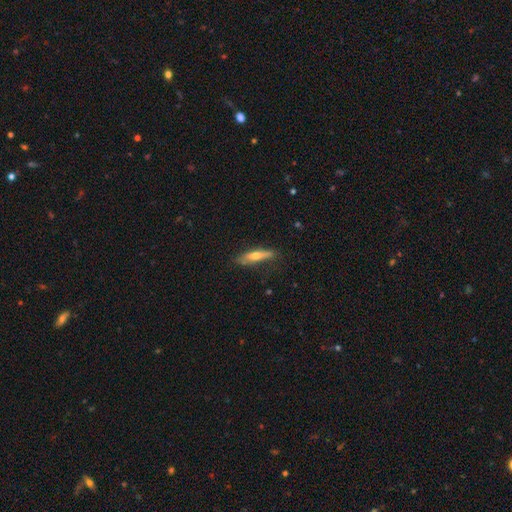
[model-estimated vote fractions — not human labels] Smooth or featured: featured or disk — 48% (smooth — 46%)
Merging: none — 78% (minor disturbance — 17%)